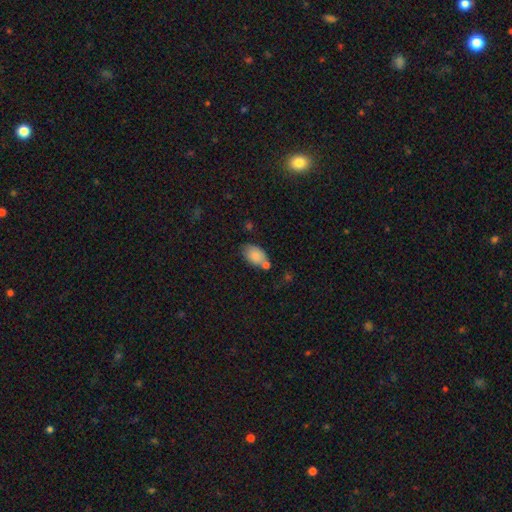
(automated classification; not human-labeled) A smooth galaxy with no disk features (84%) that is in between round and cigar-shaped (90%).

Vote fractions:
- Smooth or featured? smooth: 84% / featured or disk: 9% / star or artifact: 7%
- How rounded? in between: 90% / round: 9% / cigar-shaped: 1%
- Merging? none: 54% / minor disturbance: 21% / merger: 20% / major disturbance: 6%